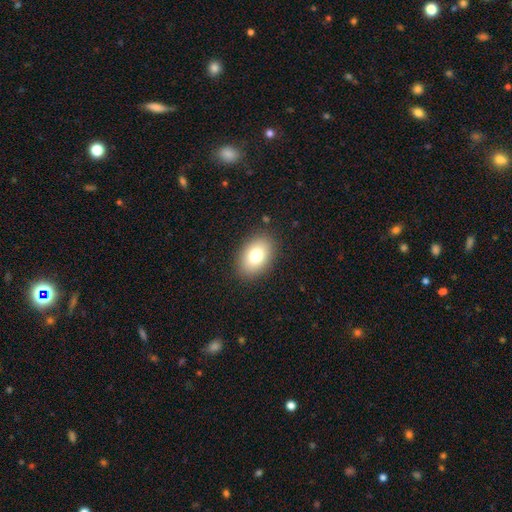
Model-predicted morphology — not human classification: type=smooth (77%); roundness=in between (84%); merging=none (87%).